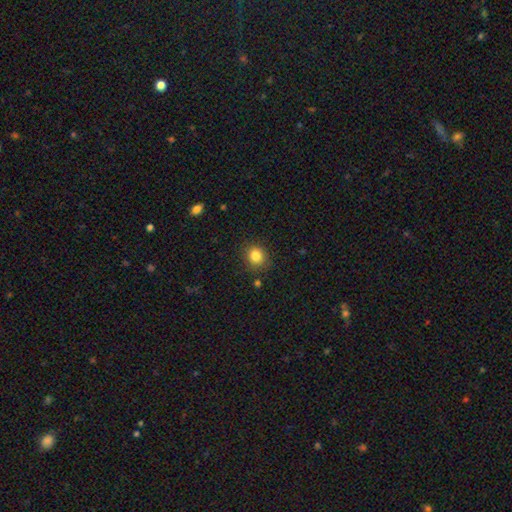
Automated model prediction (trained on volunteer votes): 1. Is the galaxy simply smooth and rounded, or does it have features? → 84% smooth, 11% star or artifact, 5% featured or disk.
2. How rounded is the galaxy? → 82% round, 17% in between, 1% cigar-shaped.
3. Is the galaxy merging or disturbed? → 86% none, 9% minor disturbance, 3% major disturbance, 2% merger.